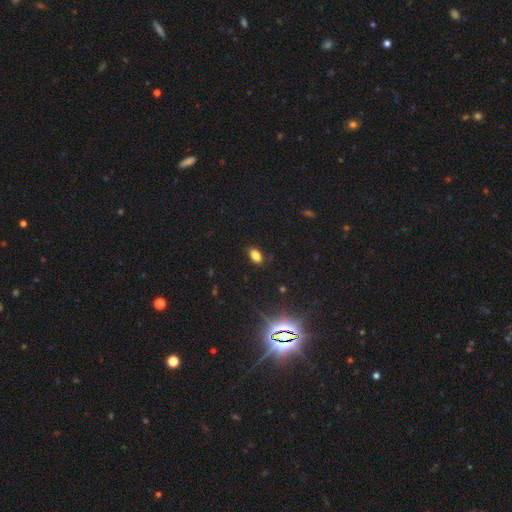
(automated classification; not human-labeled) A smooth galaxy with no disk features (78%) that is in between round and cigar-shaped (90%).

Vote fractions:
- Smooth or featured? smooth: 78% / star or artifact: 16% / featured or disk: 6%
- How rounded? in between: 90% / round: 7% / cigar-shaped: 3%
- Merging? none: 86% / minor disturbance: 10% / major disturbance: 2% / merger: 1%